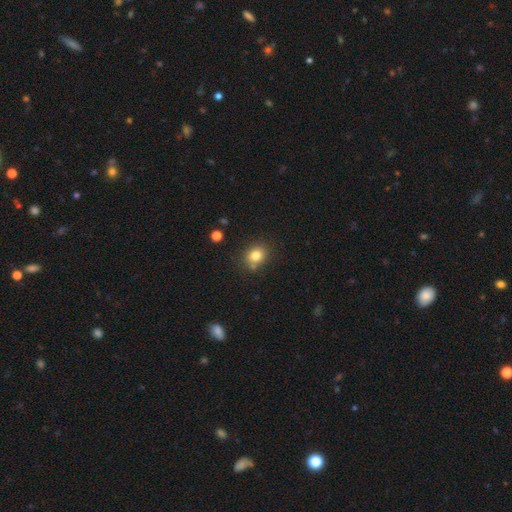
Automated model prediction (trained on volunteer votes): Smooth or featured?
  - smooth: 80% *
  - star or artifact: 12%
  - featured or disk: 9%
How rounded?
  - round: 63% *
  - in between: 37%
  - cigar-shaped: 1%
Merging?
  - none: 72% *
  - minor disturbance: 15%
  - merger: 9%
  - major disturbance: 4%